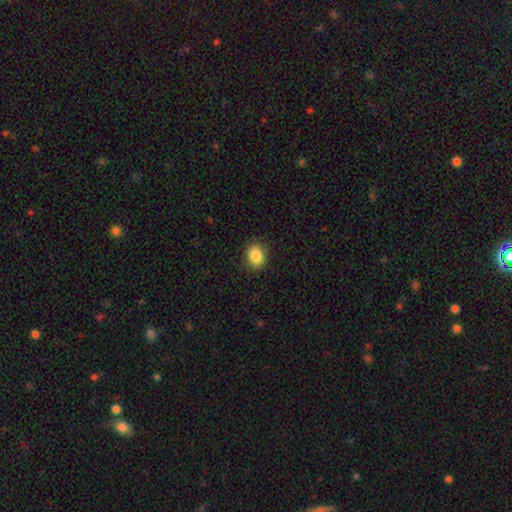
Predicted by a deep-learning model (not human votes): Smooth or featured: smooth — 87% (star or artifact — 9%)
How rounded: round — 50% (in between — 49%)
Merging: none — 88% (minor disturbance — 9%)